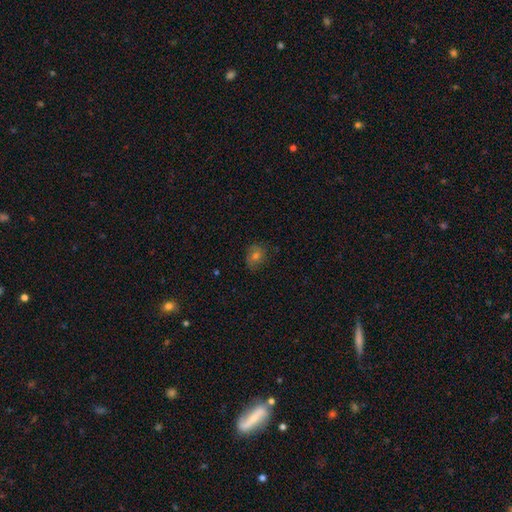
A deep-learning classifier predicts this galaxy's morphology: A smooth galaxy with no disk features (61%) that is round (58%). Merging: none (79%).